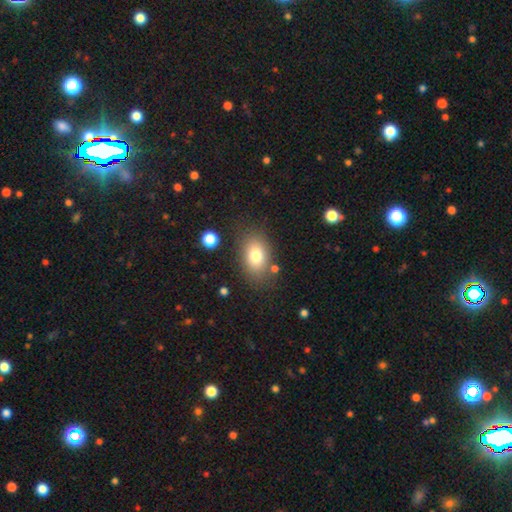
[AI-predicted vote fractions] smooth-or-featured: smooth: 77% | featured or disk: 13% | star or artifact: 10%
  how-rounded: in between: 83% | round: 15% | cigar-shaped: 1%
  merging: none: 77% | minor disturbance: 14% | major disturbance: 5% | merger: 4%